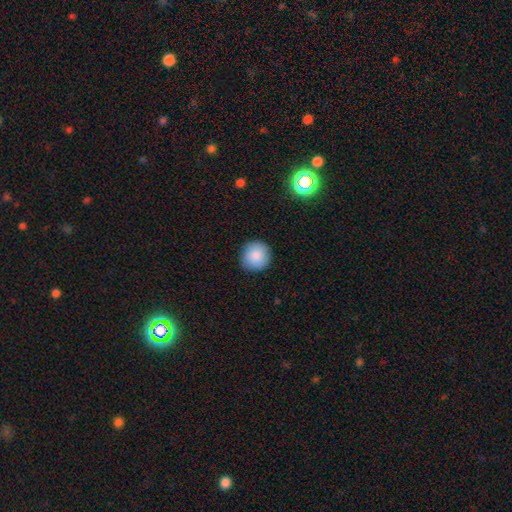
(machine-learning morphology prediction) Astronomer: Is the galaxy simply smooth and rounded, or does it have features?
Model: smooth — 87%.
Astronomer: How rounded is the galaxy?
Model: round — 93%.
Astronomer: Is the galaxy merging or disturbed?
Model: none — 89%.